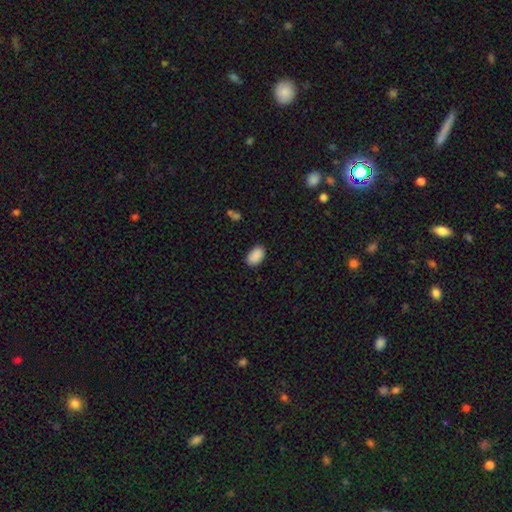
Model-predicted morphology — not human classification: Smooth or featured? Predicted: smooth (p=0.90). How rounded? Predicted: in between (p=0.91). Merging? Predicted: none (p=0.86).